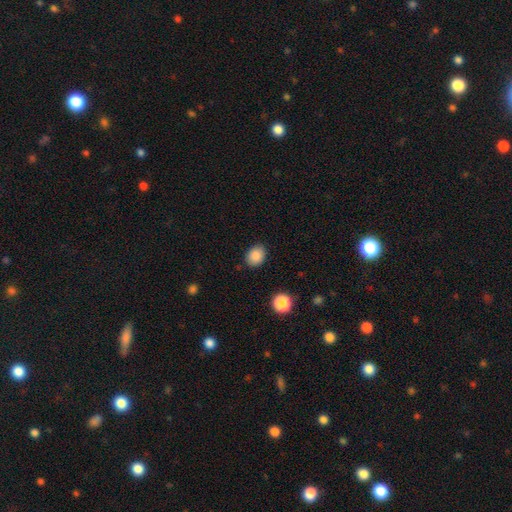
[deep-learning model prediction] Q: Smooth or featured?
A: smooth (87%); runner-up: star or artifact (9%)
Q: How rounded?
A: in between (58%); runner-up: round (41%)
Q: Merging?
A: none (86%); runner-up: minor disturbance (10%)